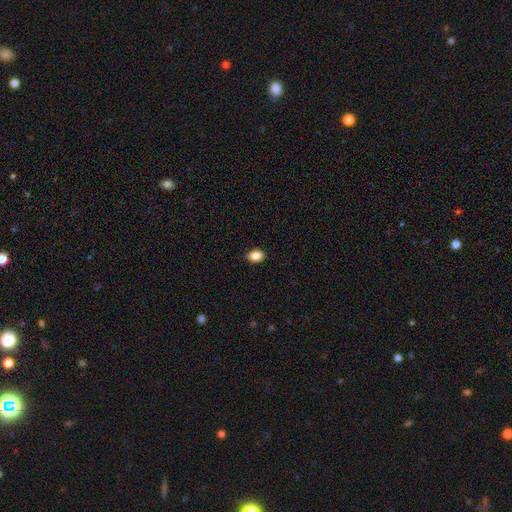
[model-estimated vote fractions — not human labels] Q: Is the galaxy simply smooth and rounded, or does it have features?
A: smooth — 87%.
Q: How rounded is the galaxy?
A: in between — 73%.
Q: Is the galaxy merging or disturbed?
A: none — 90%.